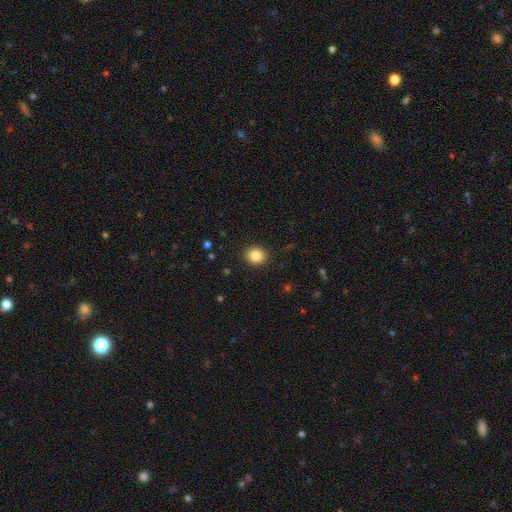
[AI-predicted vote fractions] Smooth or featured? smooth (84%)
How rounded? round (75%)
Merging? none (91%)